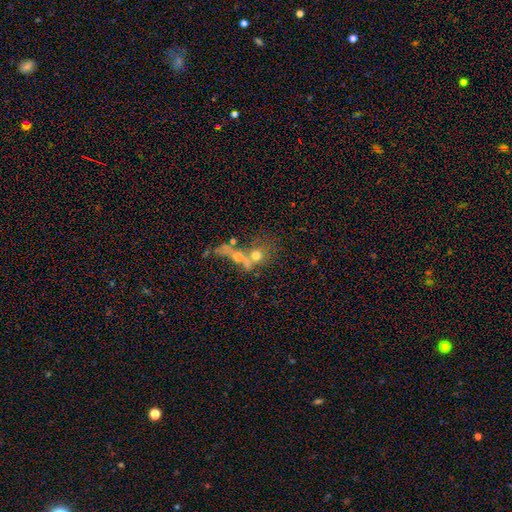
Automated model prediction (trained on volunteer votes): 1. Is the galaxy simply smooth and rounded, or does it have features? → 41% smooth, 37% featured or disk, 23% star or artifact.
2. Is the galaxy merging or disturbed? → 56% merger, 25% none, 12% major disturbance, 7% minor disturbance.